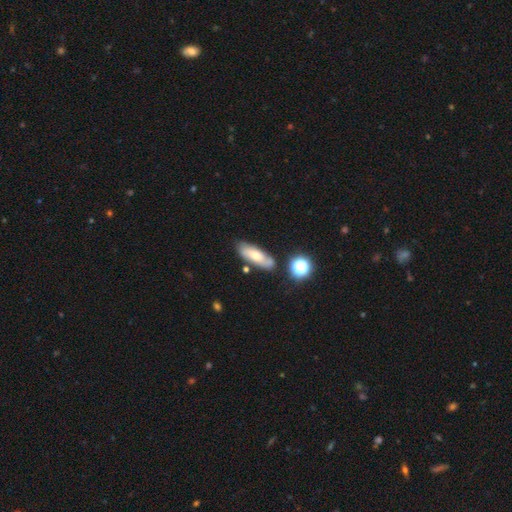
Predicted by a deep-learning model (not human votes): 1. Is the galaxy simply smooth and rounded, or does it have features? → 56% smooth, 35% featured or disk, 9% star or artifact.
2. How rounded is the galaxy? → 64% in between, 32% cigar-shaped, 4% round.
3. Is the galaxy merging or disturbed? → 70% none, 17% minor disturbance, 10% merger, 4% major disturbance.